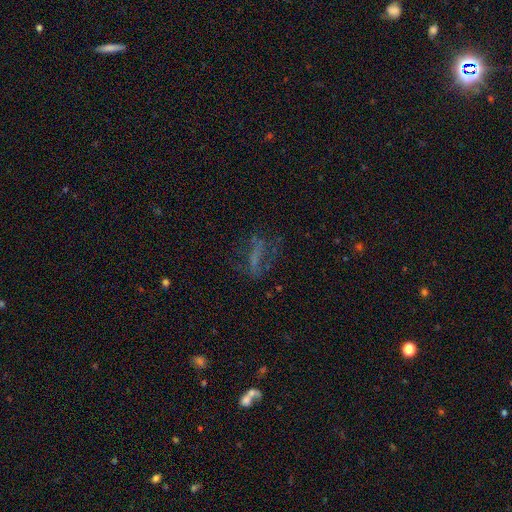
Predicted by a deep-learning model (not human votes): Overall: featured or disk (41%; smooth 32%). Merging: none (54%; major disturbance 26%).